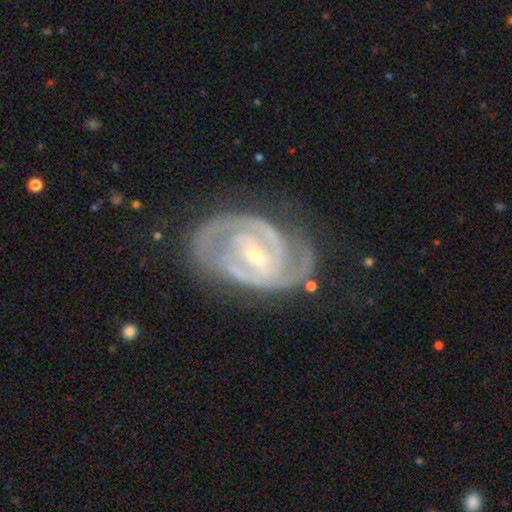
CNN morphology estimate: Smooth or featured? Predicted: featured or disk (p=0.89). Edge-on disk? Predicted: no (p=0.97). Bar? Predicted: weak (p=0.44). Spiral arms? Predicted: yes (p=0.96). Spiral winding? Predicted: tight (p=0.58). Spiral arm count? Predicted: 2 (p=0.60). Bulge size? Predicted: small (p=0.72). Merging? Predicted: none (p=0.63).